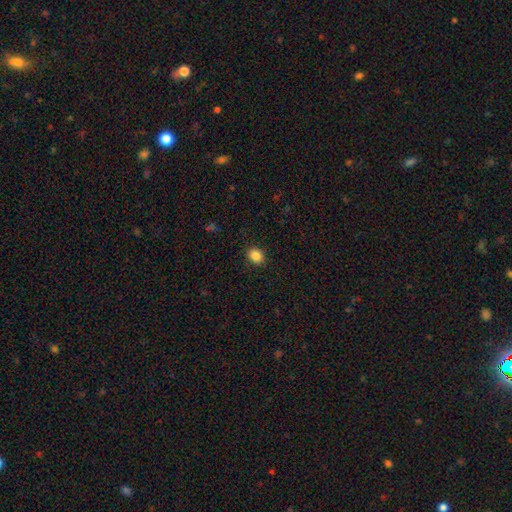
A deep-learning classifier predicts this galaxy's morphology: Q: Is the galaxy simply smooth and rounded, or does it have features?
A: smooth — 86%.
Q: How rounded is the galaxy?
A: round — 56%.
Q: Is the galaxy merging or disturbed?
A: none — 90%.